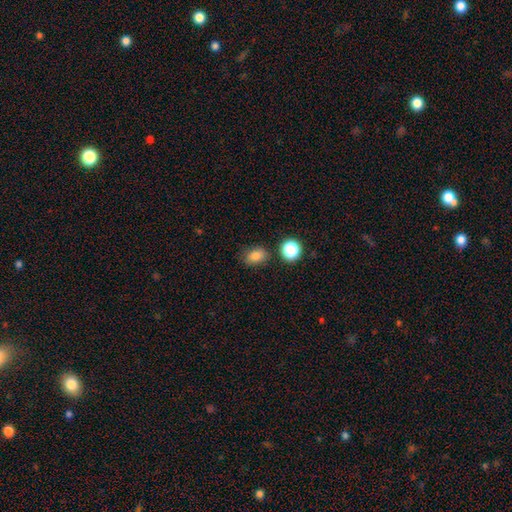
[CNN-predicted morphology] smooth 80%, star or artifact 13%, featured or disk 7%. Down the decision tree: how rounded — in between (67%); merging — none (78%).